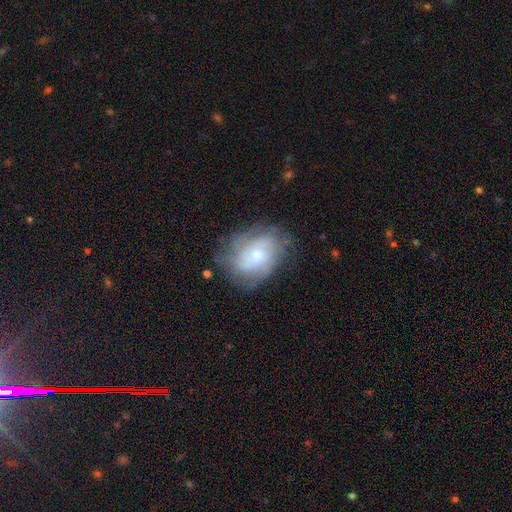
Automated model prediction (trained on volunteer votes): Overall: featured or disk (73%). Edge-on disk: no (97%). Bar: no (75%). Spiral arms: yes (90%). Spiral arm count: can't tell (39%; 3 20%). Spiral winding: tight (52%; medium 36%). Bulge size: small (60%; moderate 35%). Merging: none (69%).